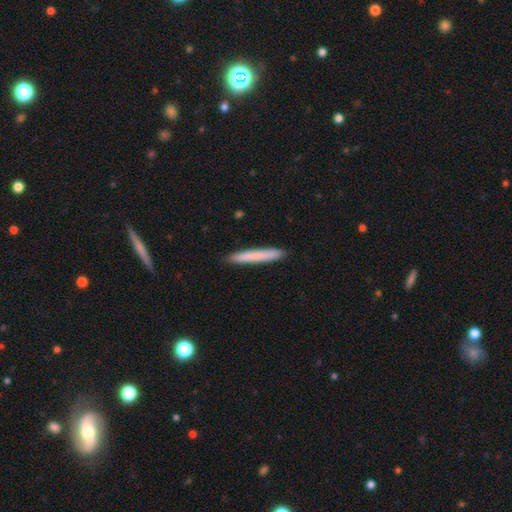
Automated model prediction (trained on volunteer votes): This appears to be a smooth galaxy with no disk features (76%) that is cigar-shaped (97%). Merging: none (92%).